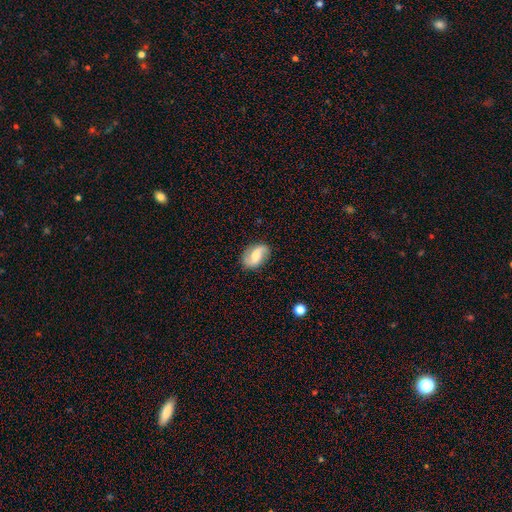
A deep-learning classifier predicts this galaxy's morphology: A featured or disk galaxy (67%) with a weak bar (49%), 2 (87%) loose (60%) spiral arms (92%) and a moderate central bulge (50%).

Vote fractions:
- Smooth or featured? featured or disk: 67% / smooth: 26% / star or artifact: 7%
- Edge-on disk? no: 97% / yes: 3%
- Bar? weak: 49% / no: 32% / strong: 19%
- Spiral arms? yes: 92% / no: 8%
- Spiral winding? loose: 60% / medium: 30% / tight: 10%
- Spiral arm count? 2: 87% / 1: 6% / can't tell: 4% / 3: 1% / 4: 1% / more than 4: 1%
- Bulge size? moderate: 50% / small: 32% / large: 9% / none: 7% / dominant: 2%
- Merging? none: 79% / minor disturbance: 15% / major disturbance: 4% / merger: 1%